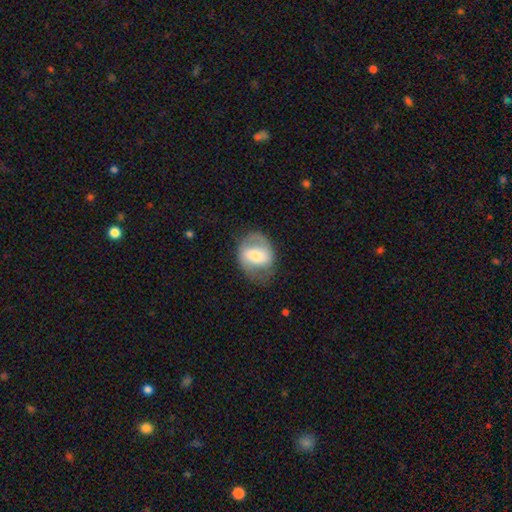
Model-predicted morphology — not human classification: Smooth or featured? featured or disk (57%)
Edge-on disk? no (96%)
Bar? weak (36%)
Spiral arms? yes (69%)
Bulge size? moderate (51%)
Merging? none (64%)